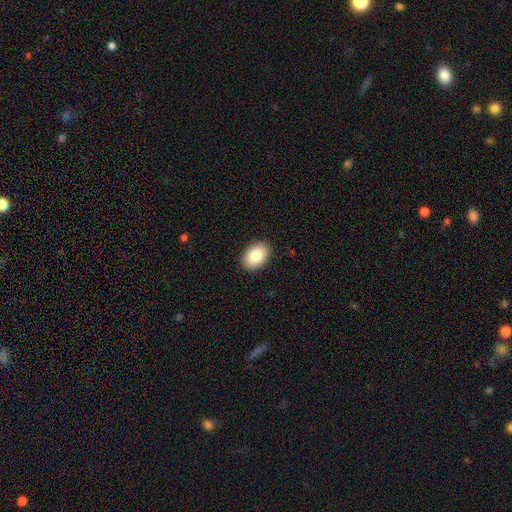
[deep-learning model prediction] A smooth galaxy with no disk features (86%) that is in between round and cigar-shaped (87%).

Vote fractions:
- Smooth or featured? smooth: 86% / featured or disk: 7% / star or artifact: 7%
- How rounded? in between: 87% / round: 12% / cigar-shaped: 1%
- Merging? none: 90% / minor disturbance: 7% / major disturbance: 2% / merger: 1%